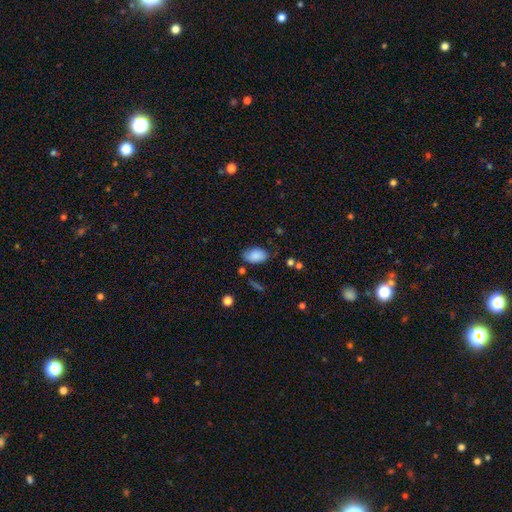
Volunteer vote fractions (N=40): smooth-or-featured: smooth: 80% | featured or disk: 12% | star or artifact: 8%
  how-rounded: in between: 97% | round: 3% | cigar-shaped: 0%
  merging: none: 76% | minor disturbance: 16% | major disturbance: 8% | merger: 0%